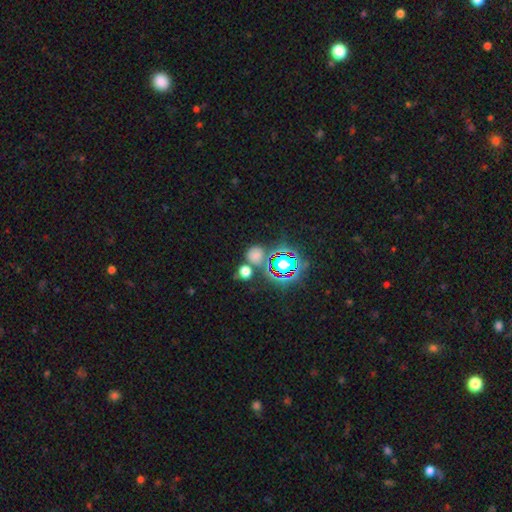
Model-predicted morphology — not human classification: Overall: smooth (59%; star or artifact 33%). How rounded: round (83%). Merging: none (67%).